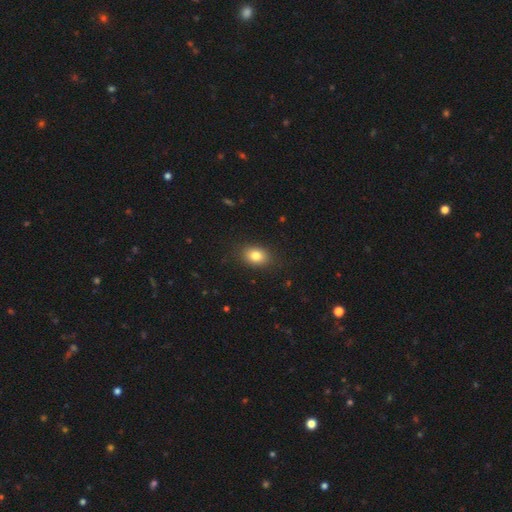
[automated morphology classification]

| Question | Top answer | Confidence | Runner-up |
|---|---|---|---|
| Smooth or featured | smooth | 82% | star or artifact (10%) |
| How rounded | in between | 69% | round (30%) |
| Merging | none | 87% | minor disturbance (9%) |